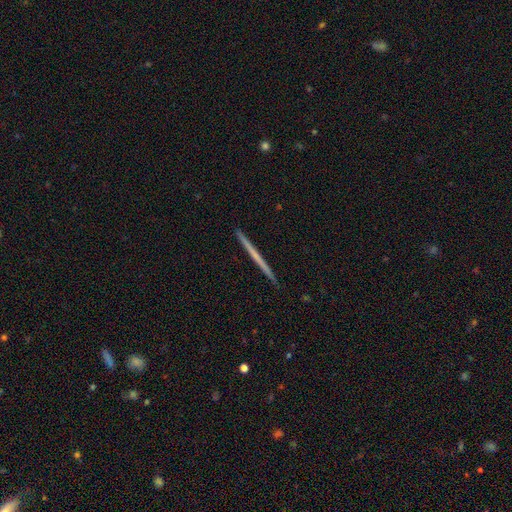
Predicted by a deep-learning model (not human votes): Smooth or featured? Predicted: featured or disk (p=0.55). Edge-on disk? Predicted: yes (p=0.98). Edge-on bulge? Predicted: none (p=0.91). Merging? Predicted: none (p=0.93).